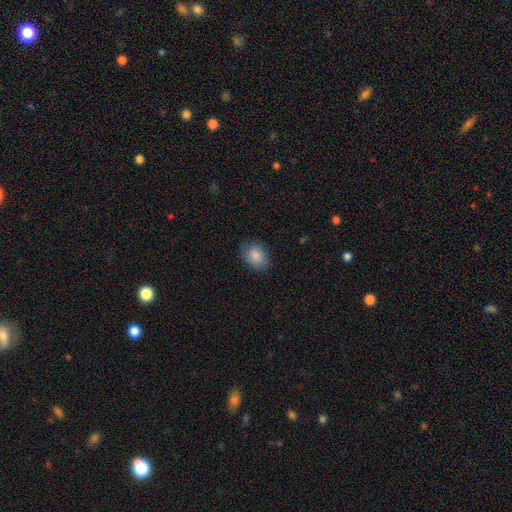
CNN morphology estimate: Smooth or featured? Predicted: smooth (p=0.86). How rounded? Predicted: in between (p=0.71). Merging? Predicted: none (p=0.78).